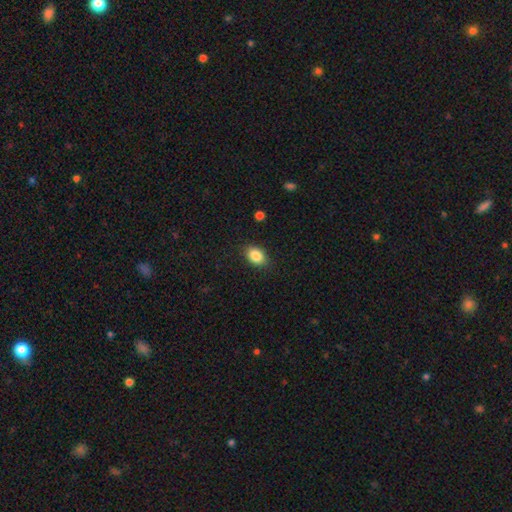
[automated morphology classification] Overall: smooth (87%). How rounded: in between (80%). Merging: none (86%).